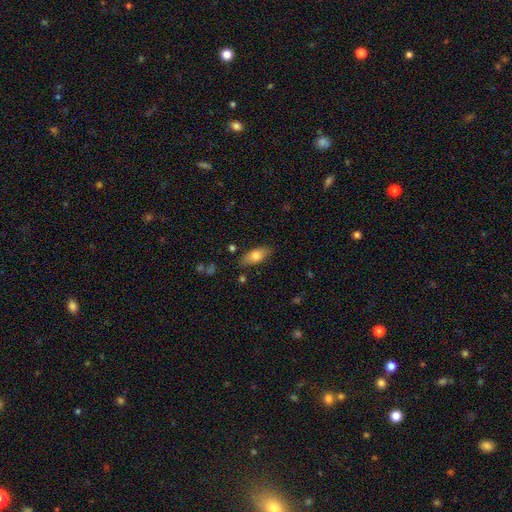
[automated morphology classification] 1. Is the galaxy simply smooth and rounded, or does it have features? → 73% smooth, 20% featured or disk, 7% star or artifact.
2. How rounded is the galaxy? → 82% in between, 15% cigar-shaped, 4% round.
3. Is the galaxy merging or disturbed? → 81% none, 14% minor disturbance, 3% major disturbance, 2% merger.